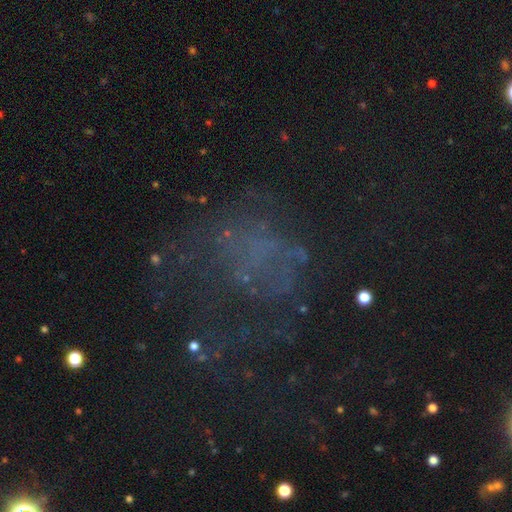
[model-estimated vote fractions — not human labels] Smooth or featured?
  - star or artifact: 41% *
  - featured or disk: 35%
  - smooth: 24%